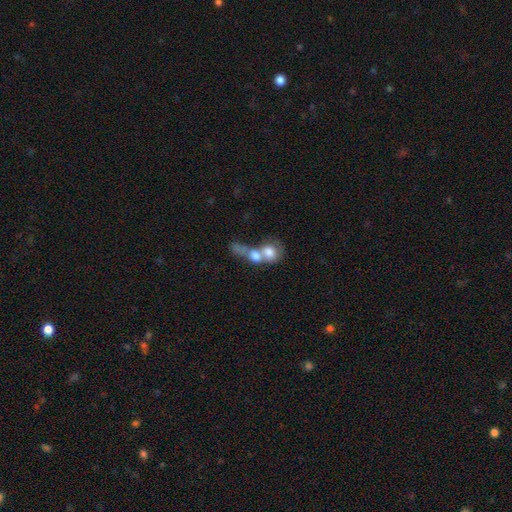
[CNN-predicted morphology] This appears to be a smooth galaxy with no disk features (68%) that is round (54%). Merging: merger (75%).